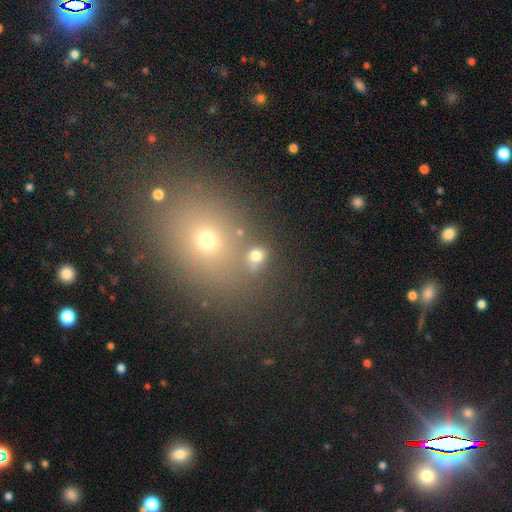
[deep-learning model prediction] Overall: smooth (72%). How rounded: round (55%; in between 42%). Merging: none (63%).